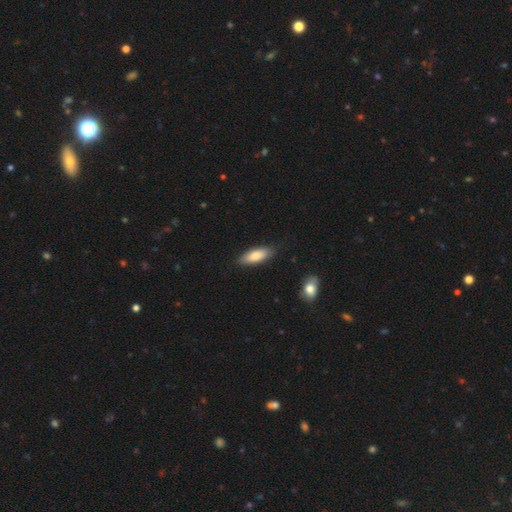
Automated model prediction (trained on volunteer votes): A smooth galaxy with no disk features (80%) that is in between round and cigar-shaped (66%).

Vote fractions:
- Smooth or featured? smooth: 80% / featured or disk: 14% / star or artifact: 5%
- How rounded? in between: 66% / cigar-shaped: 32% / round: 2%
- Merging? none: 82% / minor disturbance: 14% / major disturbance: 2% / merger: 2%